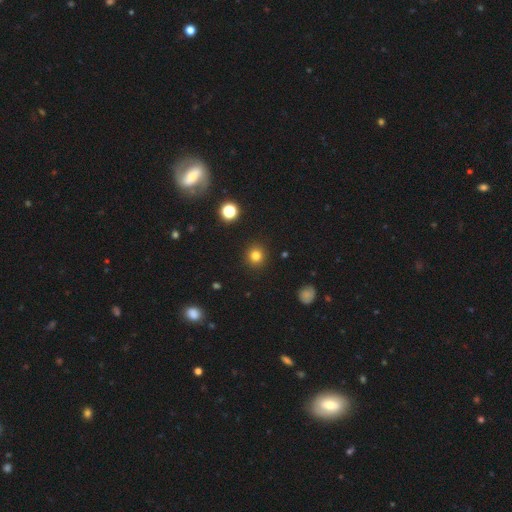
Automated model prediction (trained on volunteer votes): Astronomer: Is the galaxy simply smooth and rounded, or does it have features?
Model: smooth — 80%.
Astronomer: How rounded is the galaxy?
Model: round — 92%.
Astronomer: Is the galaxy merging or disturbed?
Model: none — 92%.